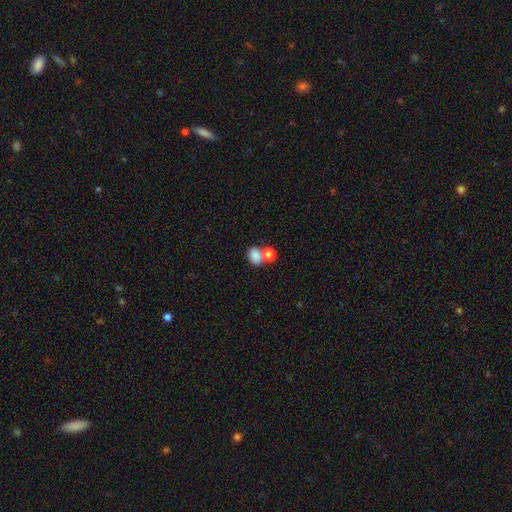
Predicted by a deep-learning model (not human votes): Overall: smooth (81%). How rounded: in between (61%; round 38%). Merging: merger (49%; none 37%).